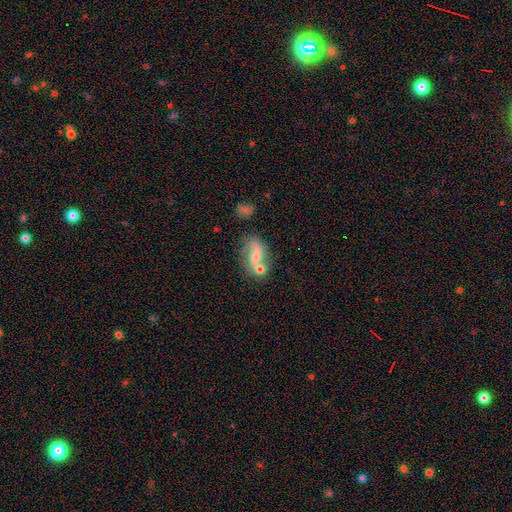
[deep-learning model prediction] A featured or disk galaxy (55%) with no bar (51%), spiral arms (77%) and a small central bulge (51%).

Vote fractions:
- Smooth or featured? featured or disk: 55% / smooth: 36% / star or artifact: 10%
- Edge-on disk? no: 95% / yes: 5%
- Bar? no: 51% / weak: 34% / strong: 15%
- Spiral arms? yes: 77% / no: 23%
- Bulge size? small: 51% / moderate: 39% / none: 5% / large: 3% / dominant: 1%
- Merging? none: 42% / merger: 31% / minor disturbance: 17% / major disturbance: 9%